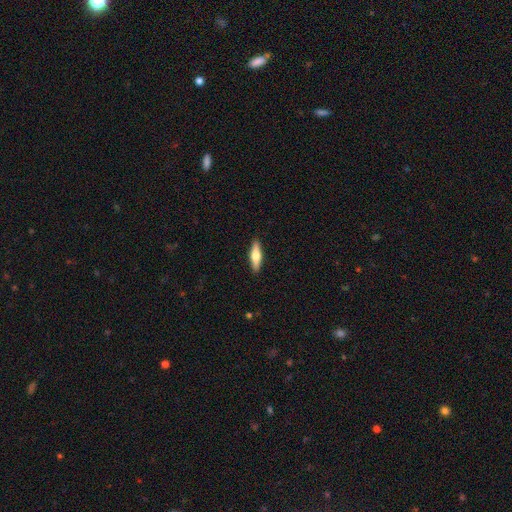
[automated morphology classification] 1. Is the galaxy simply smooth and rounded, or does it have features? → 50% smooth, 44% featured or disk, 5% star or artifact.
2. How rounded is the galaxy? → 66% cigar-shaped, 32% in between, 2% round.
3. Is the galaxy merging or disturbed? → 91% none, 7% minor disturbance, 1% major disturbance, 1% merger.